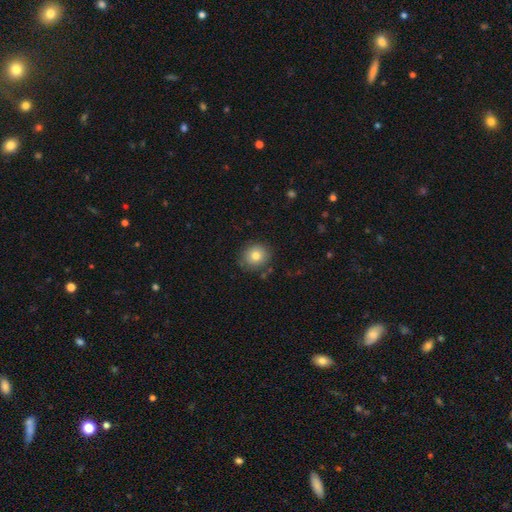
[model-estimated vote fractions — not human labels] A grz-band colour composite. It shows a smooth galaxy with no disk features (78%) that is round (80%). Merging: none (83%).